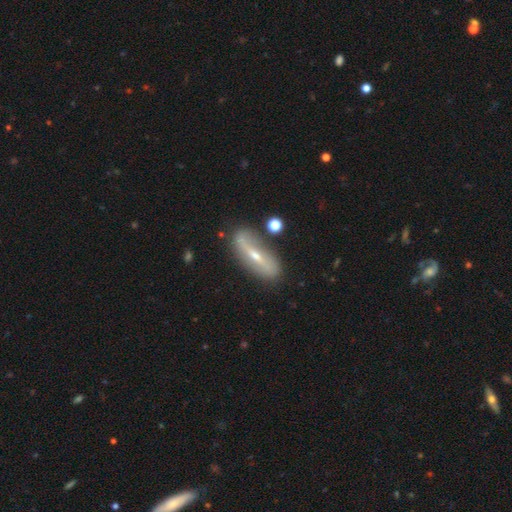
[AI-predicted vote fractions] Overall: featured or disk (70%). Edge-on disk: no (63%; yes 37%). Merging: none (79%).